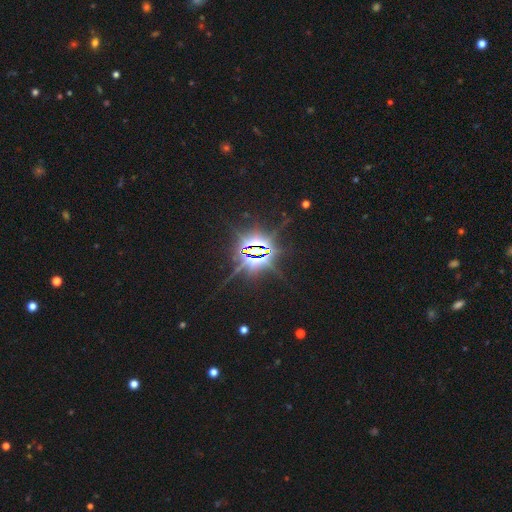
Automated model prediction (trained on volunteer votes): Smooth or featured? star or artifact (86%)